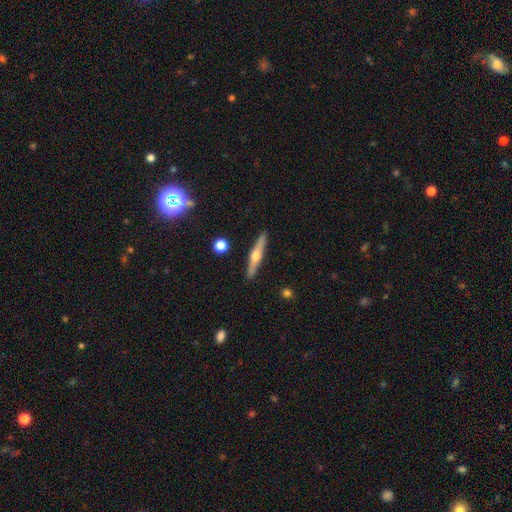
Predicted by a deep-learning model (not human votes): featured or disk 61%, smooth 33%, star or artifact 6%. Down the decision tree: edge-on disk — yes (96%); edge-on bulge — rounded (91%); merging — none (89%).